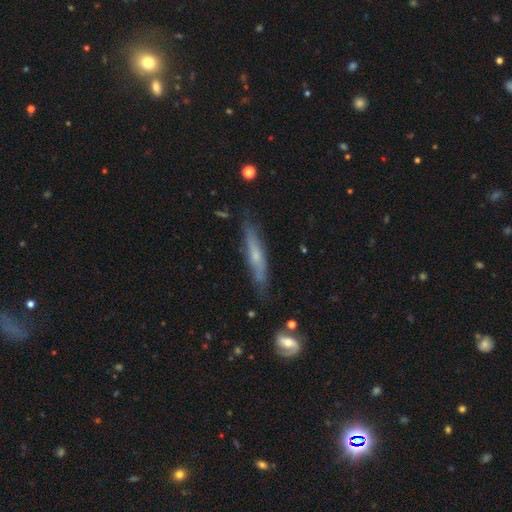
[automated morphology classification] A featured or disk galaxy (50%) viewed edge-on (81%).

Vote fractions:
- Smooth or featured? featured or disk: 50% / smooth: 43% / star or artifact: 7%
- Edge-on disk? yes: 81% / no: 19%
- Merging? none: 75% / minor disturbance: 19% / major disturbance: 4% / merger: 3%